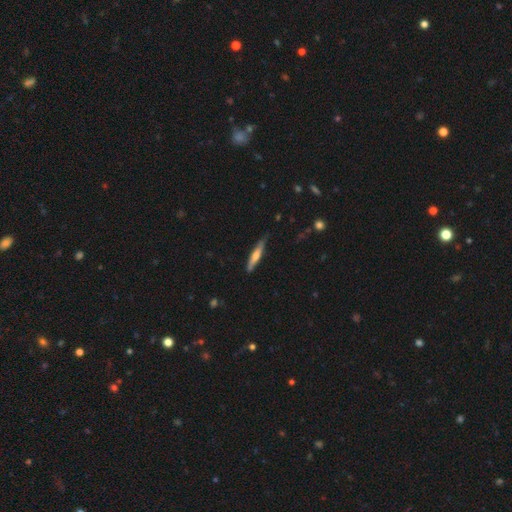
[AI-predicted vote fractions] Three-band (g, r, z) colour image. It shows a smooth galaxy with no disk features (50%). Merging: none (80%).